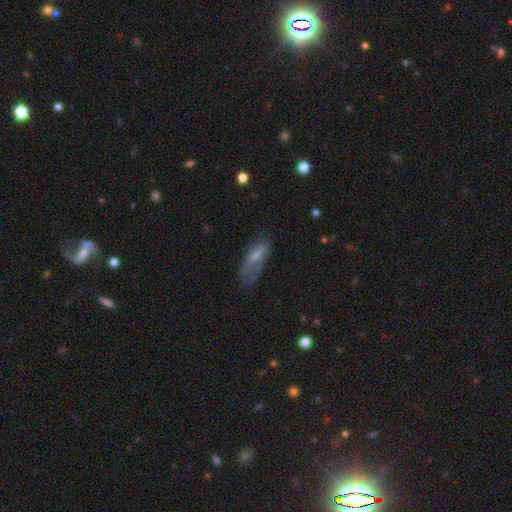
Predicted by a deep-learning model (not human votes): Smooth or featured? Predicted: smooth (p=0.46). Merging? Predicted: none (p=0.48).